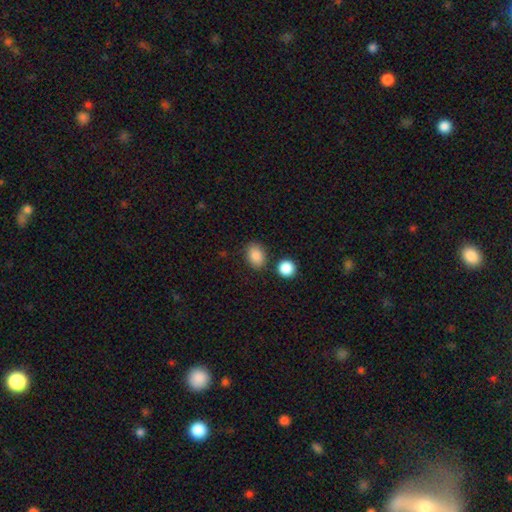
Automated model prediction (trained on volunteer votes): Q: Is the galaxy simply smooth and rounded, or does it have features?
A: smooth — 87%.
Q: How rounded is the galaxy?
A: in between — 71%.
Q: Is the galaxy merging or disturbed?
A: none — 79%.